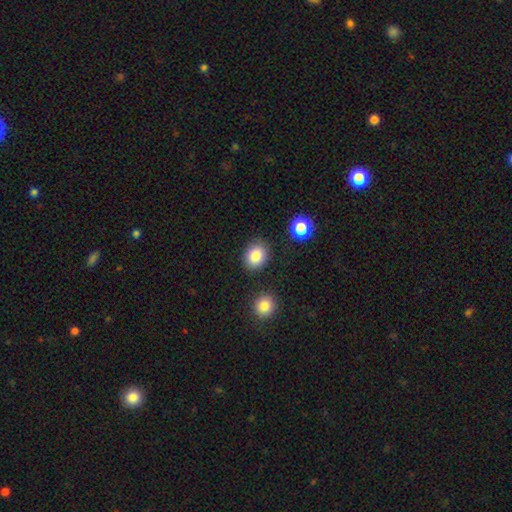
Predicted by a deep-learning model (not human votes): Smooth or featured: smooth — 85% (star or artifact — 9%)
How rounded: round — 57% (in between — 42%)
Merging: none — 83% (minor disturbance — 10%)